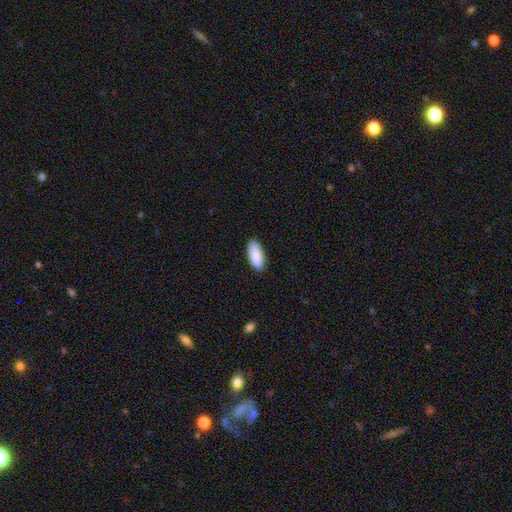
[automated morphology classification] Smooth or featured?
  - smooth: 90% *
  - star or artifact: 6%
  - featured or disk: 5%
How rounded?
  - in between: 90% *
  - cigar-shaped: 9%
  - round: 2%
Merging?
  - none: 89% *
  - minor disturbance: 9%
  - major disturbance: 2%
  - merger: 1%